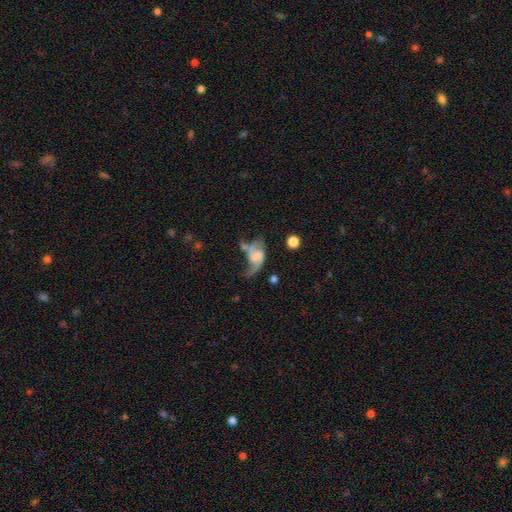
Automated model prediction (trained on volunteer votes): A featured or disk galaxy (74%) with no bar (45%), 2 (84%) loose (67%) spiral arms (90%) and no central bulge (50%).

Vote fractions:
- Smooth or featured? featured or disk: 74% / smooth: 17% / star or artifact: 9%
- Edge-on disk? no: 97% / yes: 3%
- Bar? no: 45% / weak: 41% / strong: 14%
- Spiral arms? yes: 90% / no: 10%
- Spiral winding? loose: 67% / medium: 26% / tight: 7%
- Spiral arm count? 2: 84% / 1: 8% / can't tell: 4% / 3: 2% / 4: 1% / more than 4: 1%
- Bulge size? none: 50% / small: 23% / moderate: 17% / large: 8% / dominant: 2%
- Merging? none: 35% / major disturbance: 27% / minor disturbance: 21% / merger: 18%